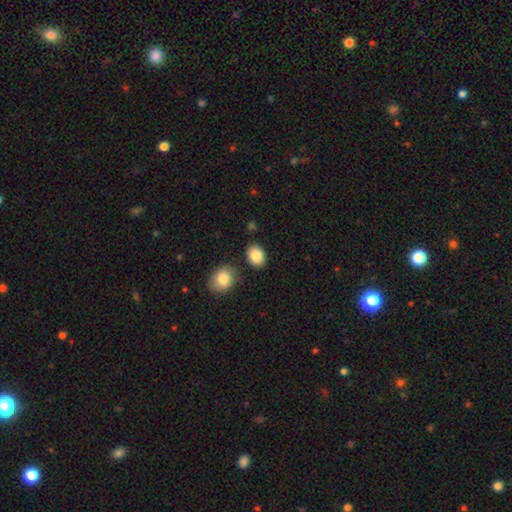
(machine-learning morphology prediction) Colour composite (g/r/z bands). It shows a smooth galaxy with no disk features (86%) that is in between round and cigar-shaped (67%). Merging: none (82%).